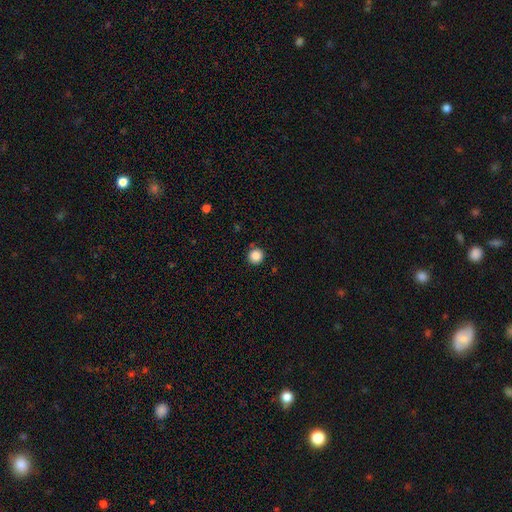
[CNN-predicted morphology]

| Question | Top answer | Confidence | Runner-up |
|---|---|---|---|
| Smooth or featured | smooth | 86% | star or artifact (11%) |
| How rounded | round | 96% | in between (3%) |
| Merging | none | 90% | minor disturbance (6%) |